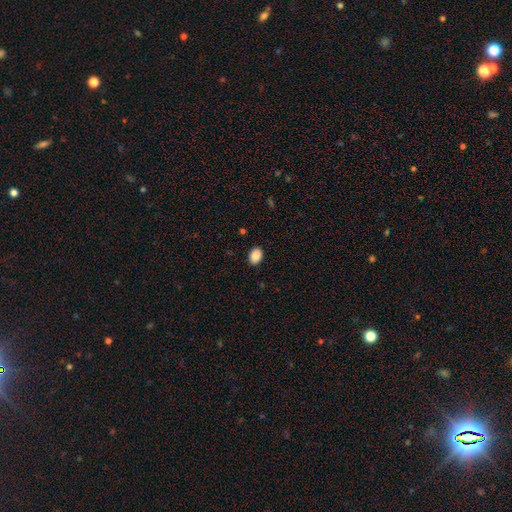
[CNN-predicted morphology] smooth-or-featured: smooth: 89% | star or artifact: 8% | featured or disk: 3%
  how-rounded: in between: 78% | round: 21% | cigar-shaped: 1%
  merging: none: 88% | minor disturbance: 9% | major disturbance: 2% | merger: 1%